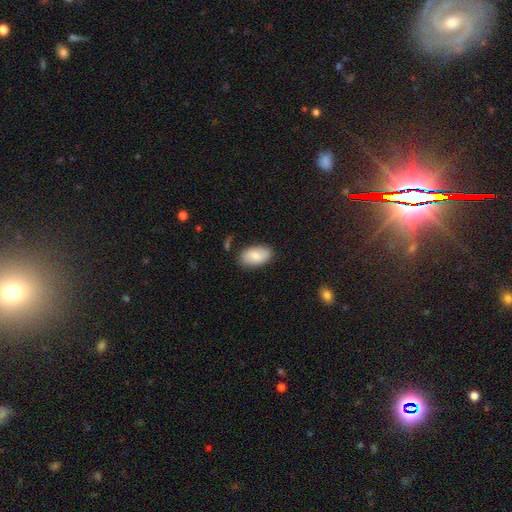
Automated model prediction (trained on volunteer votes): This is clearly a smooth galaxy (81%). How rounded: clearly in between (95%). Merging: clearly none (81%).